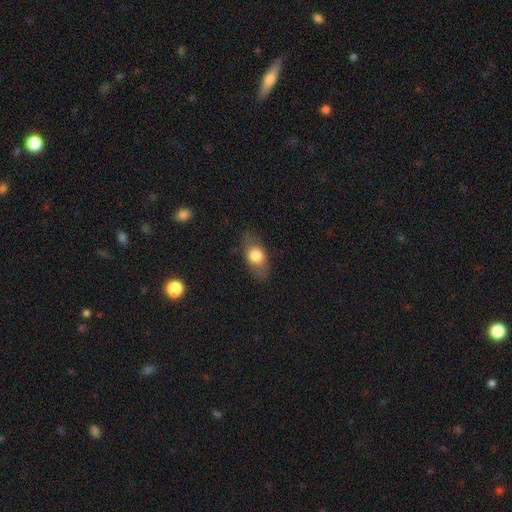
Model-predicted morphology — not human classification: Overall: smooth (68%). How rounded: in between (76%). Merging: none (79%).